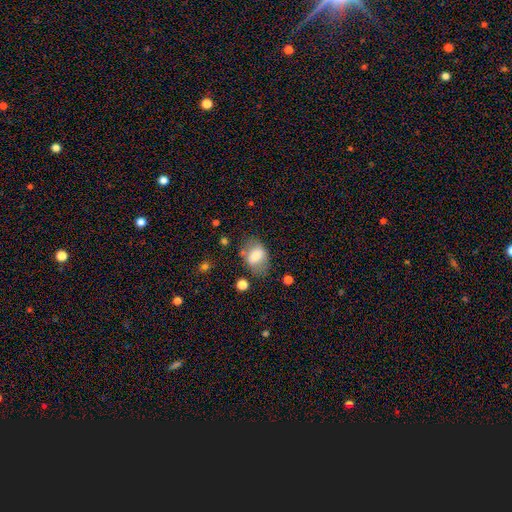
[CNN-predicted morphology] Smooth or featured? smooth (69%)
How rounded? in between (77%)
Merging? none (63%)